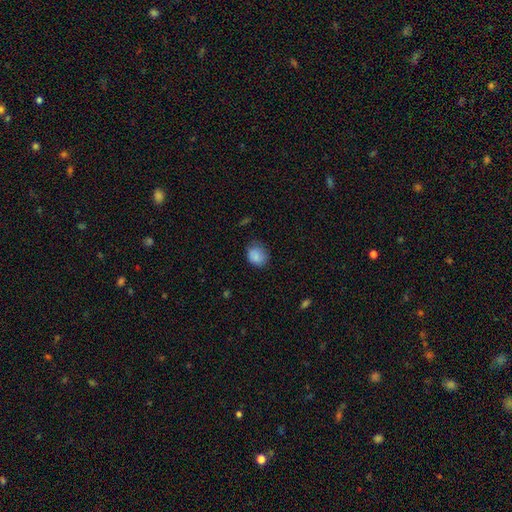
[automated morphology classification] Smooth or featured? smooth (86%)
How rounded? round (60%)
Merging? none (68%)